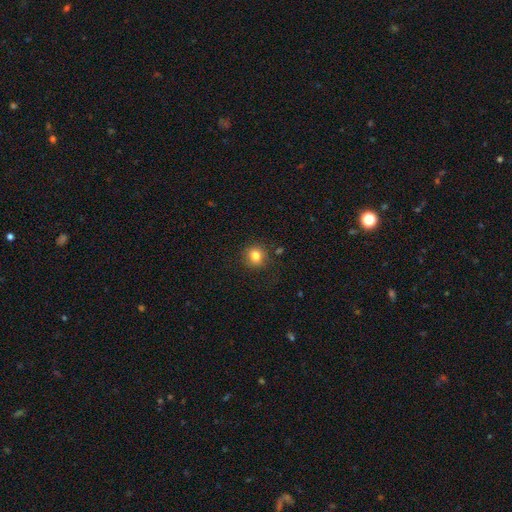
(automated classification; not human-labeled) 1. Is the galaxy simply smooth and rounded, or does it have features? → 81% smooth, 12% star or artifact, 8% featured or disk.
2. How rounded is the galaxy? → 79% round, 20% in between, 1% cigar-shaped.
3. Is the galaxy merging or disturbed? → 84% none, 11% minor disturbance, 4% major disturbance, 2% merger.